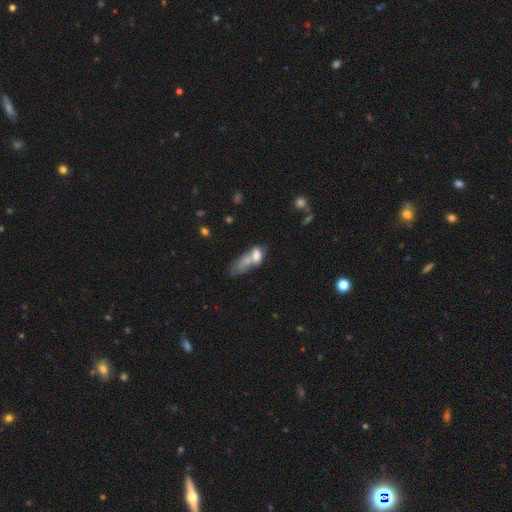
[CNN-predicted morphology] Smooth or featured?
  - smooth: 62% *
  - featured or disk: 27%
  - star or artifact: 11%
How rounded?
  - in between: 75% *
  - cigar-shaped: 17%
  - round: 9%
Merging?
  - merger: 52% *
  - major disturbance: 23%
  - none: 14%
  - minor disturbance: 11%